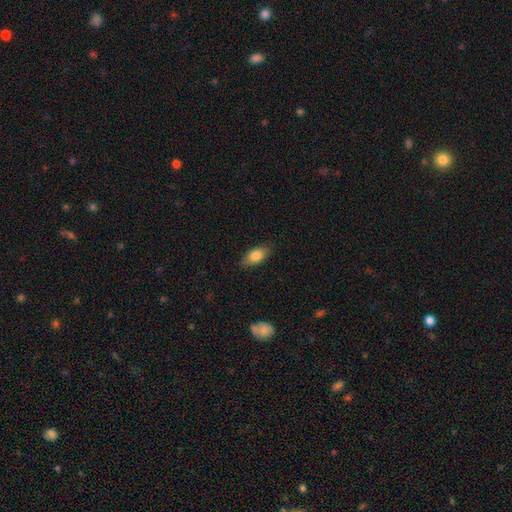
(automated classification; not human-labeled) The model was most divided on "smooth or featured": smooth: 81%, featured or disk: 12%, star or artifact: 7%. More confident: how rounded — in between (87%); merging — none (84%).